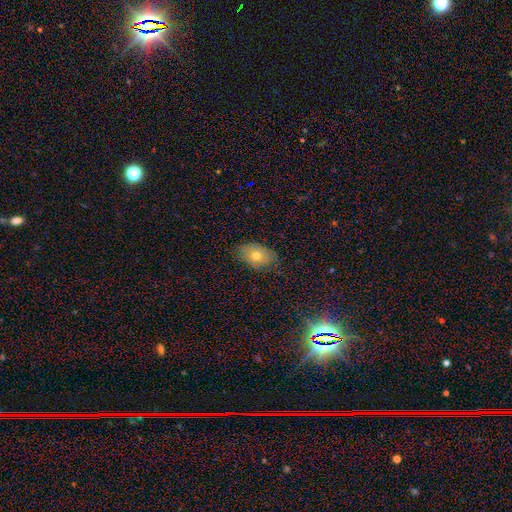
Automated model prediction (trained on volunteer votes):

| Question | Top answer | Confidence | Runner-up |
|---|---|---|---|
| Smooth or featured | smooth | 66% | featured or disk (21%) |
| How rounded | in between | 85% | round (13%) |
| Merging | none | 80% | minor disturbance (16%) |